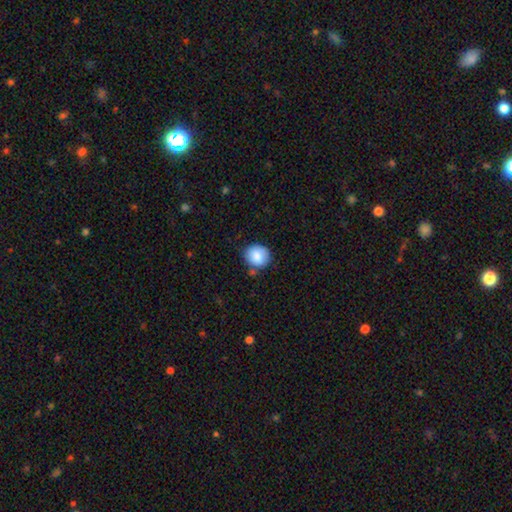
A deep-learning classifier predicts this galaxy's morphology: type=smooth (85%); roundness=round (80%); merging=none (75%).